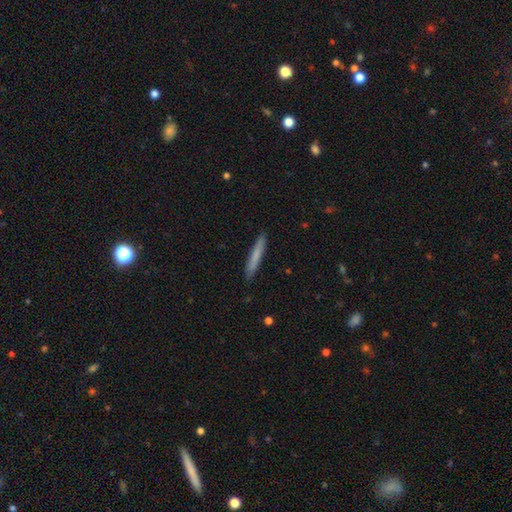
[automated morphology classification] smooth 72%, featured or disk 22%, star or artifact 6%. Down the decision tree: how rounded — cigar-shaped (96%); merging — none (90%).